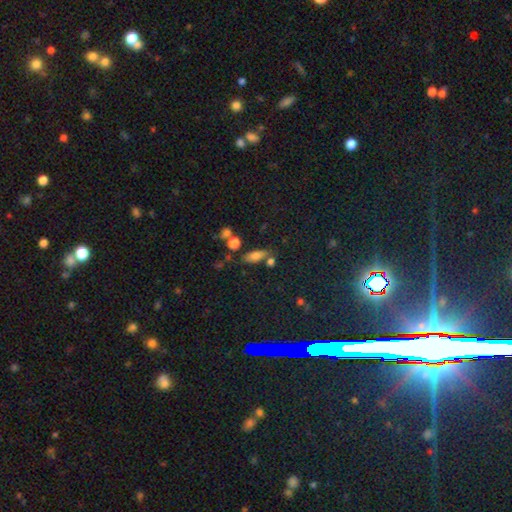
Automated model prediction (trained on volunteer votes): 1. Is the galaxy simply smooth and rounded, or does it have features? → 74% smooth, 13% featured or disk, 12% star or artifact.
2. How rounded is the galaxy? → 76% in between, 19% cigar-shaped, 5% round.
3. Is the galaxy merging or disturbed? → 65% none, 15% minor disturbance, 14% merger, 5% major disturbance.